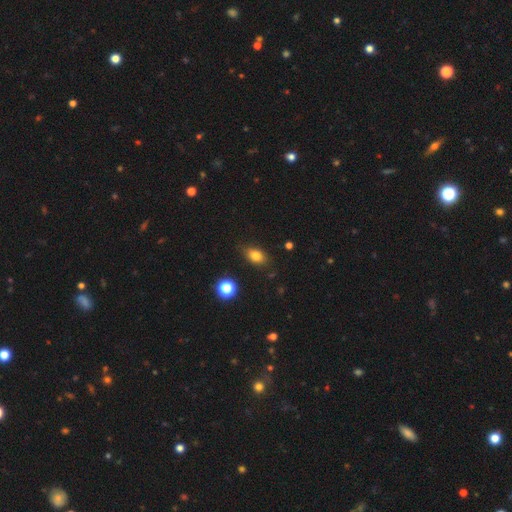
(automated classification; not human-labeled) Smooth or featured? smooth (80%)
How rounded? in between (81%)
Merging? none (81%)